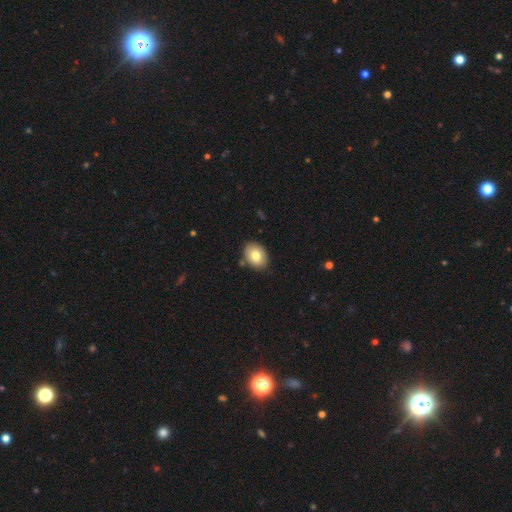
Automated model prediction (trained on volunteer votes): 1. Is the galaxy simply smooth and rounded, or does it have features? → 79% smooth, 13% featured or disk, 8% star or artifact.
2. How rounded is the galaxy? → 69% in between, 30% round, 1% cigar-shaped.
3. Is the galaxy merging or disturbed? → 84% none, 11% minor disturbance, 3% merger, 2% major disturbance.